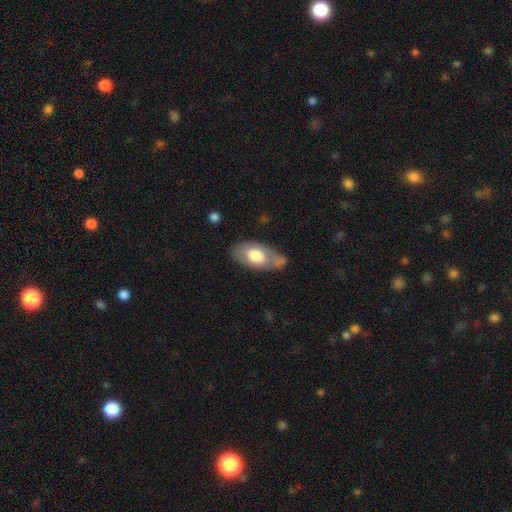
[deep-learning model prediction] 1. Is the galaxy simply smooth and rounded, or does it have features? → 66% smooth, 28% featured or disk, 6% star or artifact.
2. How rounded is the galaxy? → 93% in between, 4% round, 3% cigar-shaped.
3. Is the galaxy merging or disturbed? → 57% none, 24% minor disturbance, 11% merger, 8% major disturbance.